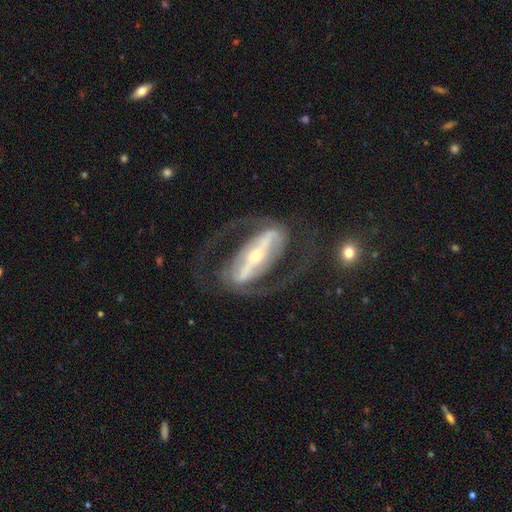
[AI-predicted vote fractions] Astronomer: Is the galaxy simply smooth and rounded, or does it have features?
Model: featured or disk — 89%.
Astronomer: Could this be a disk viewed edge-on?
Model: no — 89%.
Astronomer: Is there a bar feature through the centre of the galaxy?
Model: strong — 80%.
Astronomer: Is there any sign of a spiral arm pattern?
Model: yes — 80%.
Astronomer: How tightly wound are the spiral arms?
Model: medium — 49% (runner-up: tight, 26%).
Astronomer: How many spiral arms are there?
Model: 2 — 89%.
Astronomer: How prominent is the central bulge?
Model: small — 61%.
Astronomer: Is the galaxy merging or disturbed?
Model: none — 70%.